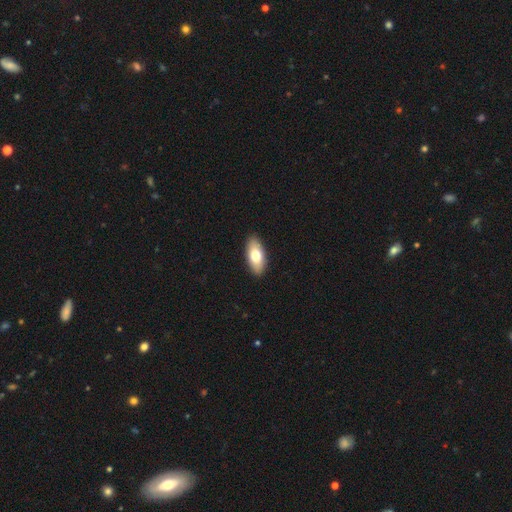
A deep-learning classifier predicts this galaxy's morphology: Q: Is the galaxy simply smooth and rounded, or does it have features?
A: smooth — 74%.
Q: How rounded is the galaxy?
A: in between — 89%.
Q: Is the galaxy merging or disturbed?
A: none — 91%.